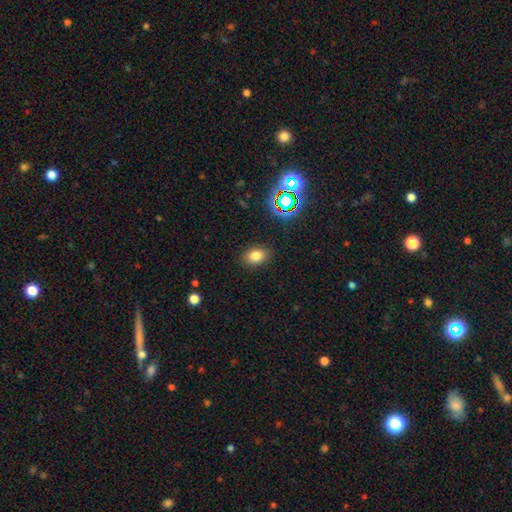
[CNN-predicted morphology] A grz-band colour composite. It shows a smooth galaxy with no disk features (77%) that is in between round and cigar-shaped (72%). Merging: none (87%).